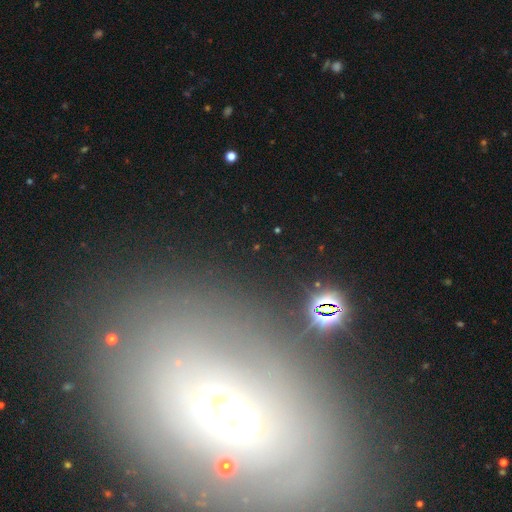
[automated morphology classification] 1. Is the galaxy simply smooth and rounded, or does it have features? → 51% featured or disk, 31% smooth, 18% star or artifact.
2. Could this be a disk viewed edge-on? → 91% no, 9% yes.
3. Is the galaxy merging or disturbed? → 77% none, 12% minor disturbance, 6% major disturbance, 4% merger.